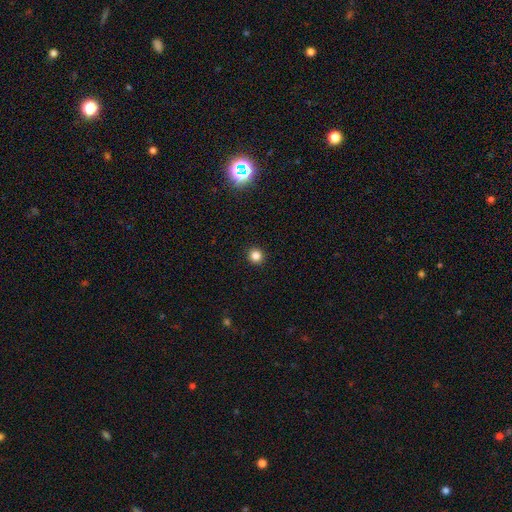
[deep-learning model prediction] Smooth or featured?
  - smooth: 83% *
  - star or artifact: 13%
  - featured or disk: 4%
How rounded?
  - round: 94% *
  - in between: 5%
  - cigar-shaped: 1%
Merging?
  - none: 93% *
  - minor disturbance: 5%
  - major disturbance: 2%
  - merger: 1%